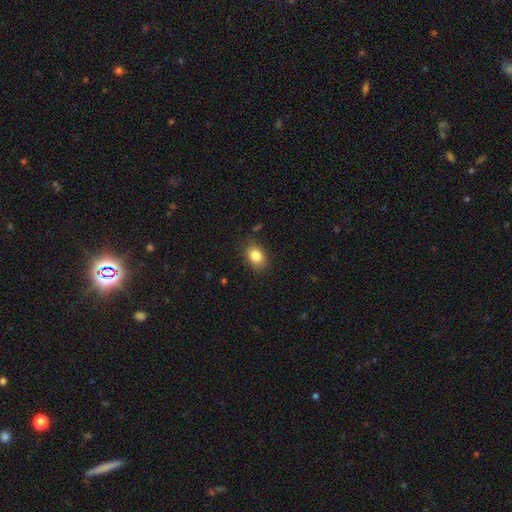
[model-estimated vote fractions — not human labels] The model was most divided on "how rounded": in between: 74%, round: 25%, cigar-shaped: 1%. More confident: smooth or featured — smooth (84%); merging — none (82%).